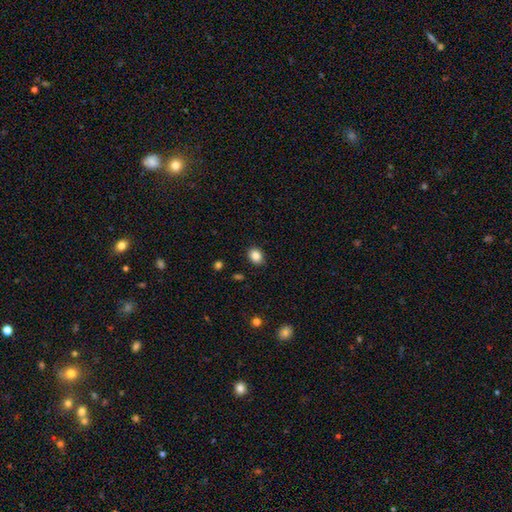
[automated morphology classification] Overall: smooth (87%). How rounded: in between (54%; round 45%). Merging: none (88%).